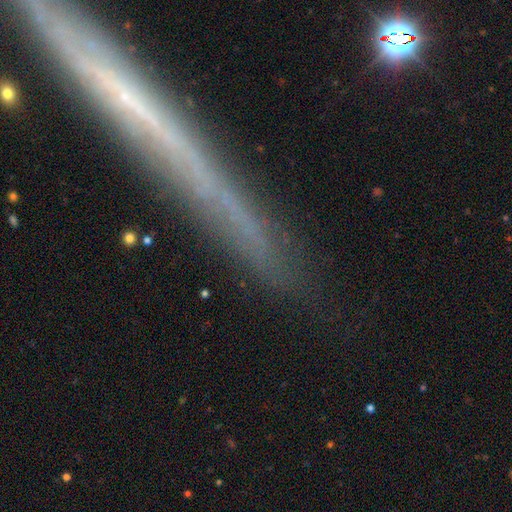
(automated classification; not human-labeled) This appears to be a featured or disk galaxy (53%) viewed edge-on (83%). Merging: none (78%).